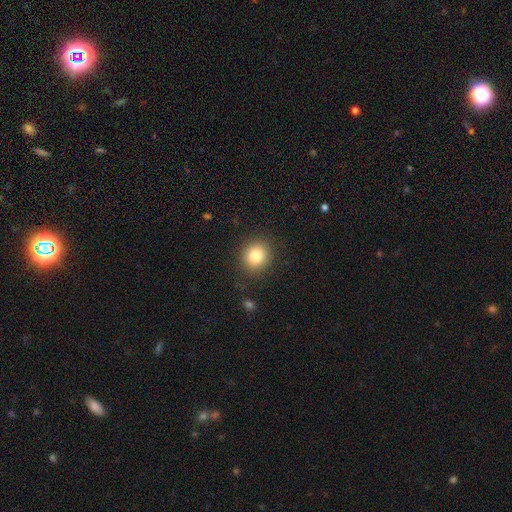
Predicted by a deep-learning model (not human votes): A smooth galaxy with no disk features (82%) that is round (83%). Merging: none (87%).